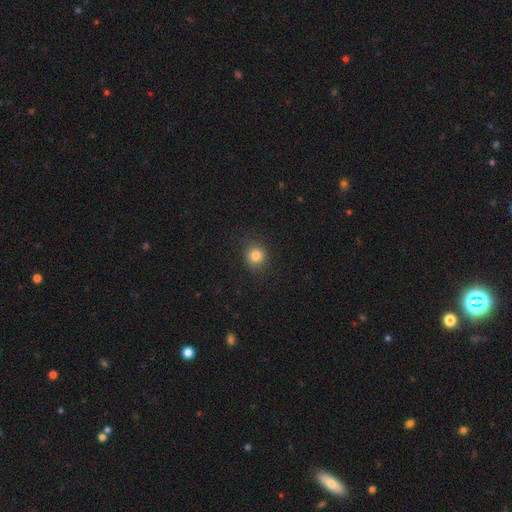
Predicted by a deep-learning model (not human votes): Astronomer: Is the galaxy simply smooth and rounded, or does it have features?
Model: smooth — 83%.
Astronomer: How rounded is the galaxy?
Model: round — 84%.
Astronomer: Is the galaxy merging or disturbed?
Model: none — 85%.